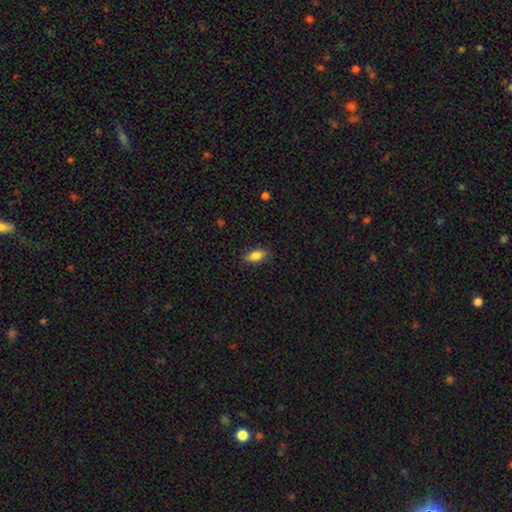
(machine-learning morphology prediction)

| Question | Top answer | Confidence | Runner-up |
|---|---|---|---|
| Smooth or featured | smooth | 79% | featured or disk (13%) |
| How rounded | in between | 80% | cigar-shaped (16%) |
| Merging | none | 81% | minor disturbance (15%) |